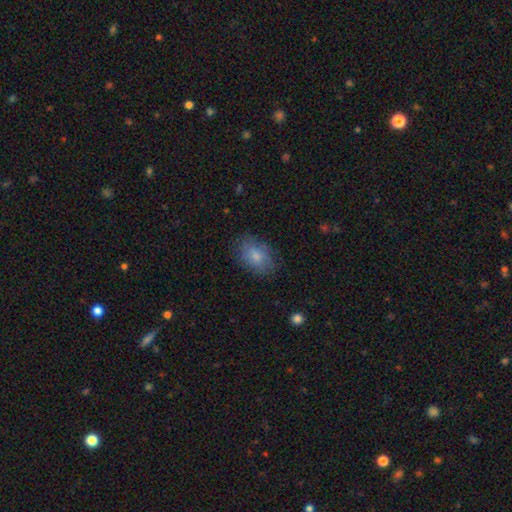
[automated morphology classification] Smooth or featured? Predicted: smooth (p=0.78). How rounded? Predicted: in between (p=0.81). Merging? Predicted: none (p=0.77).